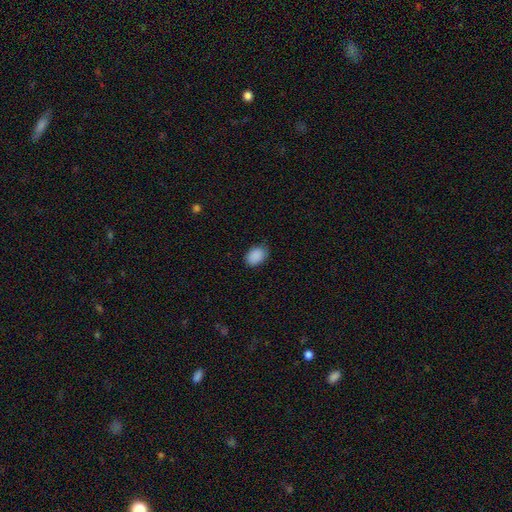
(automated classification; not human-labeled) Q: Smooth or featured?
A: smooth (90%); runner-up: star or artifact (7%)
Q: How rounded?
A: in between (80%); runner-up: round (19%)
Q: Merging?
A: none (79%); runner-up: minor disturbance (17%)